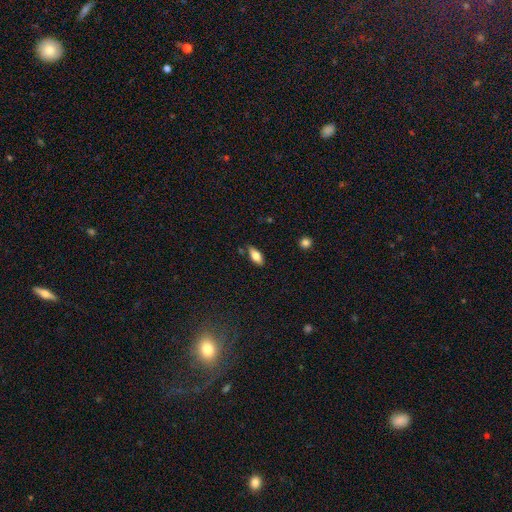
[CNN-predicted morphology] This is likely a smooth galaxy (74%). How rounded: clearly in between (83%). Merging: likely none (79%).